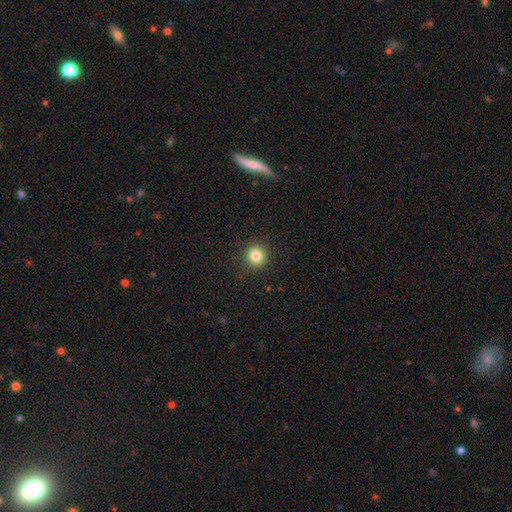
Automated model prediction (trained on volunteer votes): This is clearly a smooth galaxy (83%). How rounded: clearly round (91%). Merging: clearly none (89%).